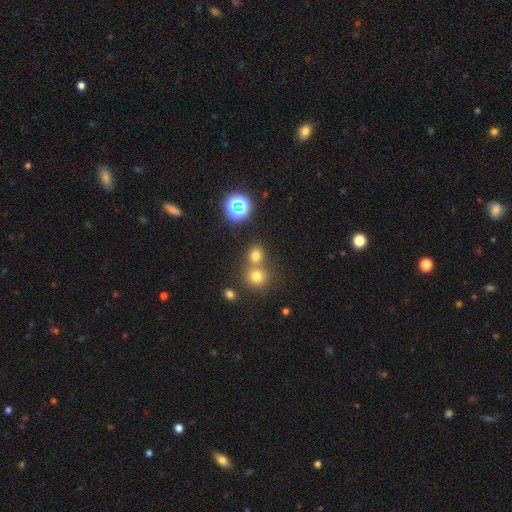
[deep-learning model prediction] This appears to be a smooth galaxy with no disk features (69%) that is round (74%). Merging: none (53%).